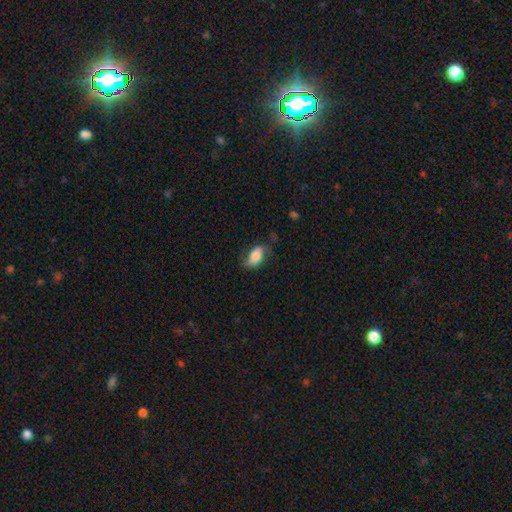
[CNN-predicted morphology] type=smooth (68%); roundness=in between (89%); merging=none (61%).